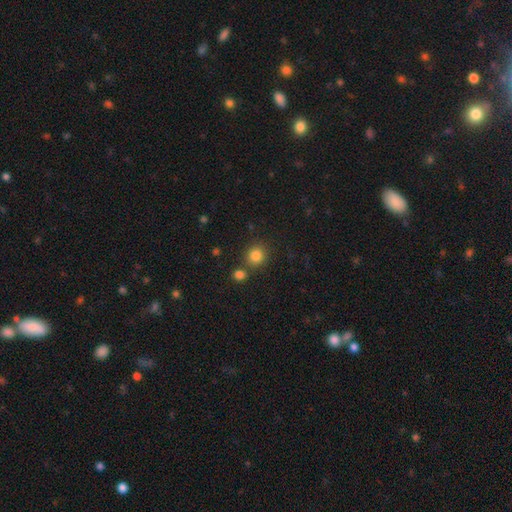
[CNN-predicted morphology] type=smooth (83%); roundness=round (88%); merging=none (75%).